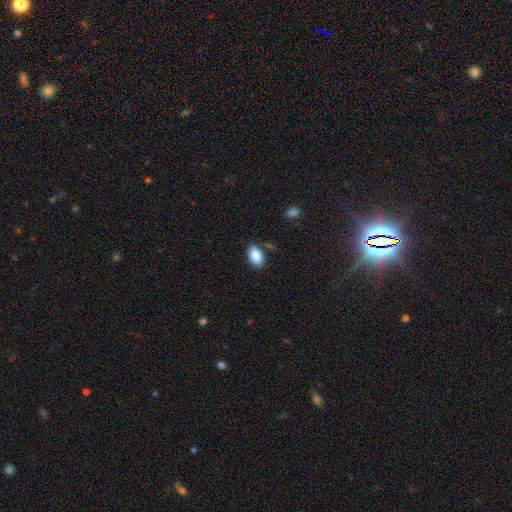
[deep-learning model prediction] This appears to be a smooth galaxy with no disk features (87%) that is in between round and cigar-shaped (93%). Merging: none (79%).